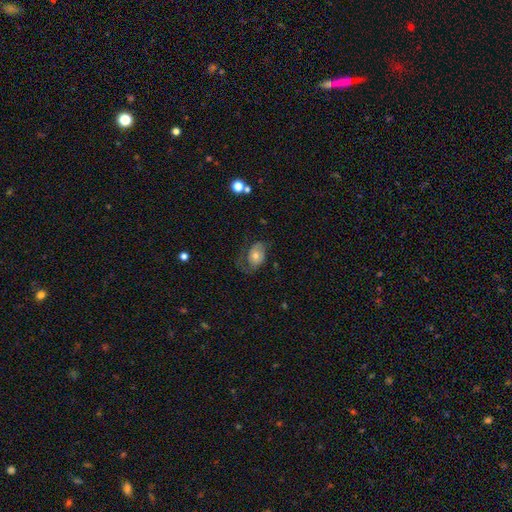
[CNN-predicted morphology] A smooth galaxy with no disk features (47%).

Vote fractions:
- Smooth or featured? smooth: 47% / featured or disk: 45% / star or artifact: 8%
- Merging? none: 43% / major disturbance: 31% / minor disturbance: 24% / merger: 2%